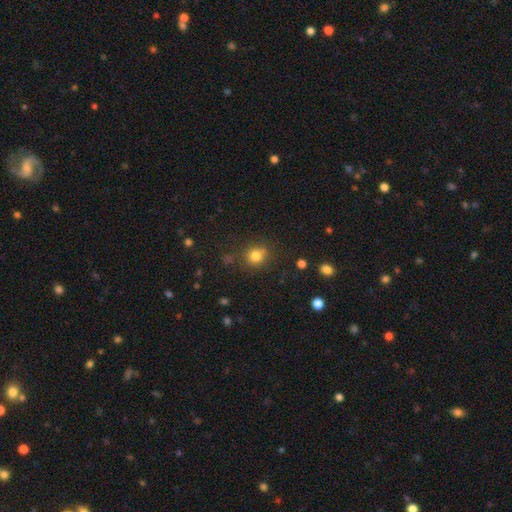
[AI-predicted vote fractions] A smooth galaxy with no disk features (79%) that is round (84%). Merging: none (74%).